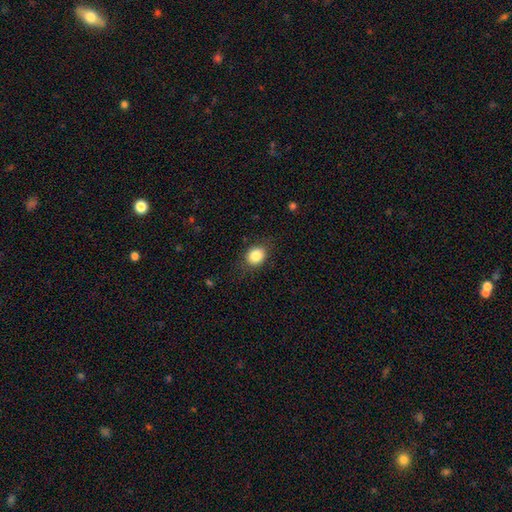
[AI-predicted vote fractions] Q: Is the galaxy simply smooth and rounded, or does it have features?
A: smooth — 85%.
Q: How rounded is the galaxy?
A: round — 58%.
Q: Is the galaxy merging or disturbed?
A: none — 82%.